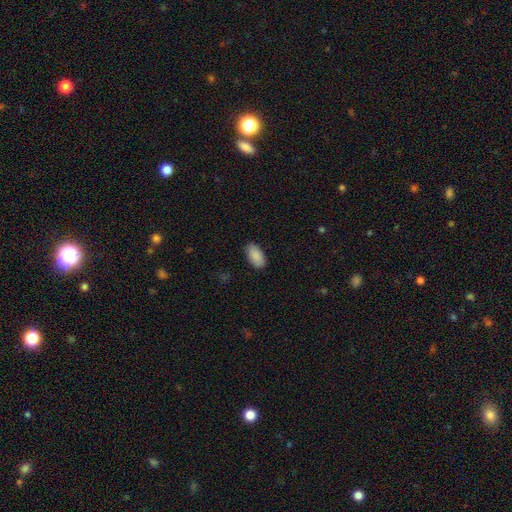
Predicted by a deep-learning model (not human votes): This appears to be a smooth galaxy with no disk features (90%) that is in between round and cigar-shaped (95%). Merging: none (87%).